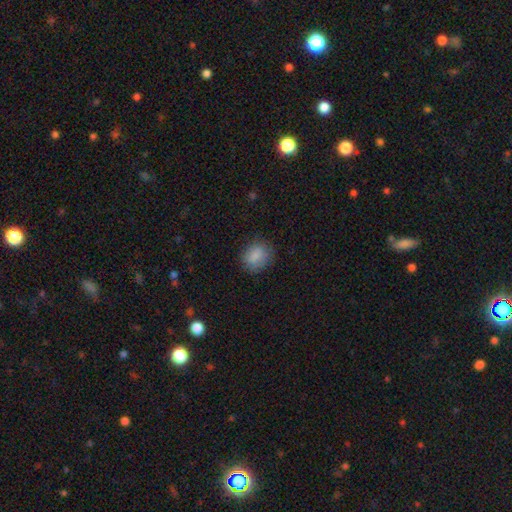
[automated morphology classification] type=smooth (86%); roundness=round (54%); merging=none (81%).